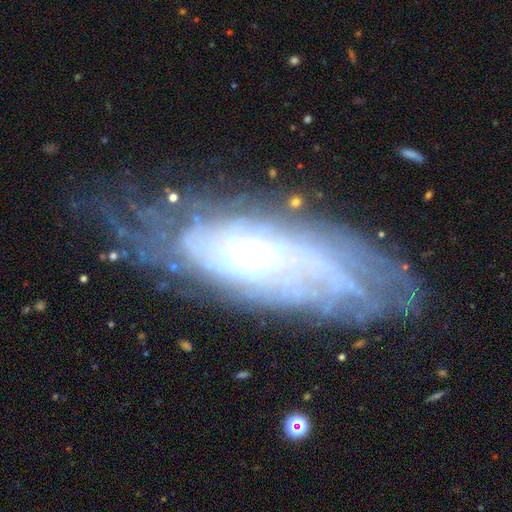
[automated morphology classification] featured or disk 79%, smooth 13%, star or artifact 8%. Down the decision tree: edge-on disk — no (84%); bar — no (76%); spiral arms — yes (91%); spiral arm count — can't tell (56%); spiral winding — tight (76%); bulge size — small (81%); merging — none (69%).